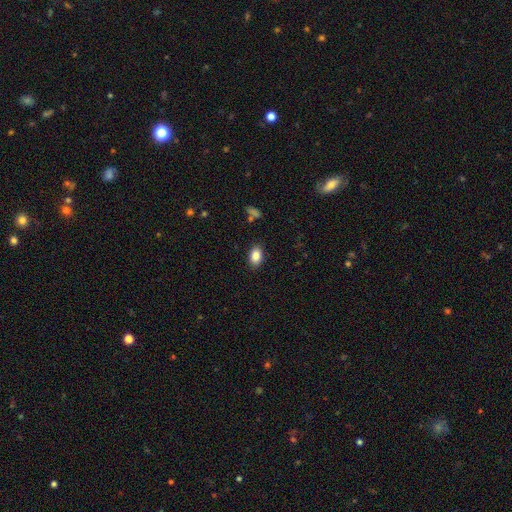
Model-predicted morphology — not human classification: Smooth or featured? smooth (86%)
How rounded? in between (86%)
Merging? none (87%)